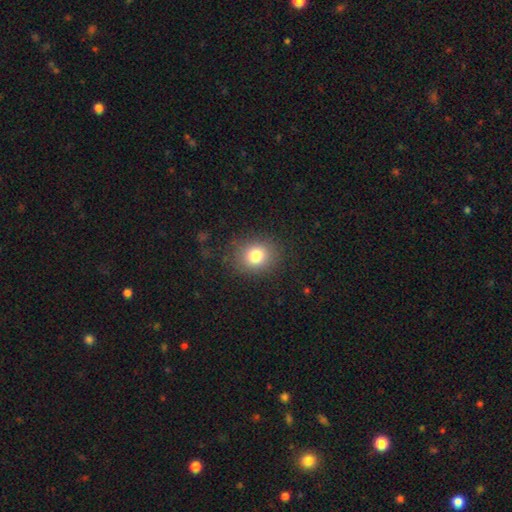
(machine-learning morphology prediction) Smooth or featured?
  - smooth: 80% *
  - star or artifact: 11%
  - featured or disk: 9%
How rounded?
  - round: 69% *
  - in between: 30%
  - cigar-shaped: 1%
Merging?
  - none: 84% *
  - minor disturbance: 10%
  - major disturbance: 5%
  - merger: 1%